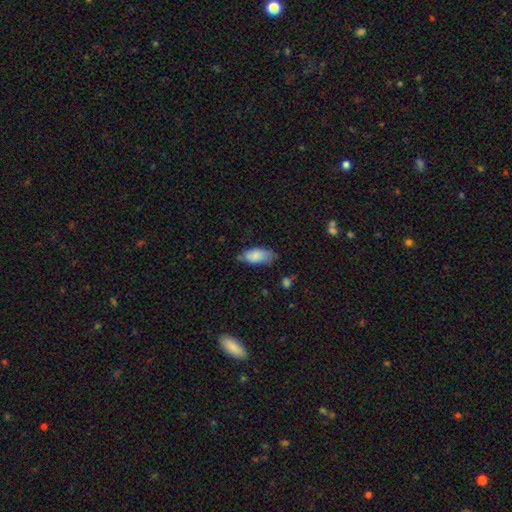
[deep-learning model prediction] A smooth galaxy with no disk features (83%) that is in between round and cigar-shaped (90%).

Vote fractions:
- Smooth or featured? smooth: 83% / featured or disk: 10% / star or artifact: 7%
- How rounded? in between: 90% / cigar-shaped: 8% / round: 2%
- Merging? none: 53% / minor disturbance: 35% / major disturbance: 9% / merger: 3%